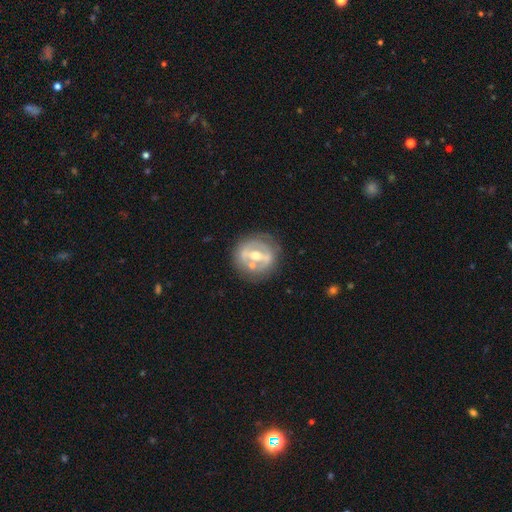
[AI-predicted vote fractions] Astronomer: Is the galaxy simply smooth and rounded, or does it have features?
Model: featured or disk — 74%.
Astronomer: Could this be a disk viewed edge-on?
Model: no — 89%.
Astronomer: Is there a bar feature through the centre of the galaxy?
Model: strong — 59%.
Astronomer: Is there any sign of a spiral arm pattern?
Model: no — 72%.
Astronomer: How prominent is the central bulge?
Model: moderate — 72%.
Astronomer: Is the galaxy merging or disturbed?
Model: none — 73%.